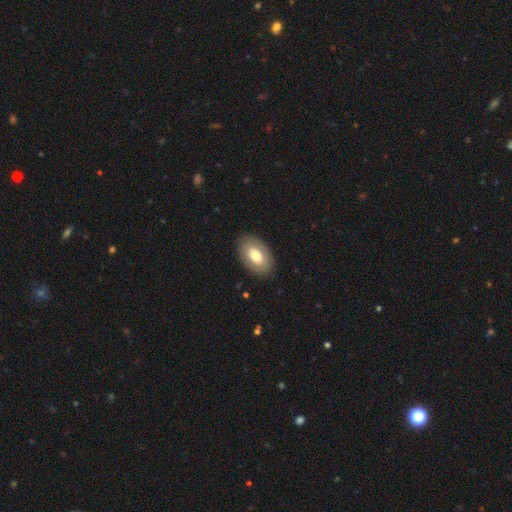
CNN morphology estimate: smooth 70%, featured or disk 24%, star or artifact 6%. Down the decision tree: how rounded — in between (91%); merging — none (87%).